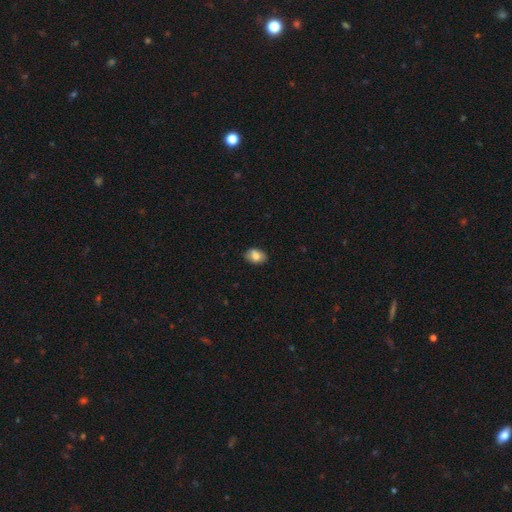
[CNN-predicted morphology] A smooth galaxy with no disk features (78%) that is in between round and cigar-shaped (82%). Merging: none (82%).